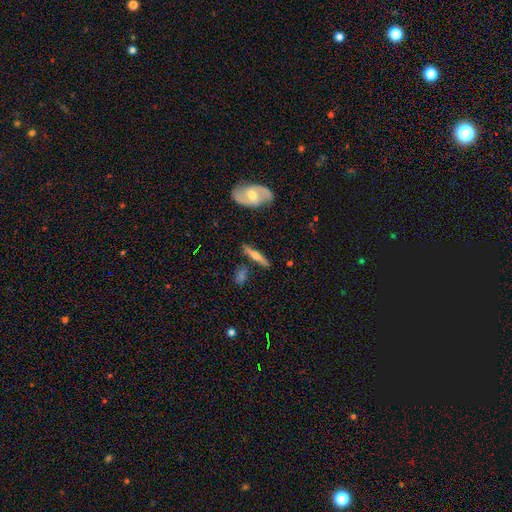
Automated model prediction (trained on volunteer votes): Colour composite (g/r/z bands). It shows a featured or disk galaxy (51%) viewed edge-on (89%). Merging: none (80%).